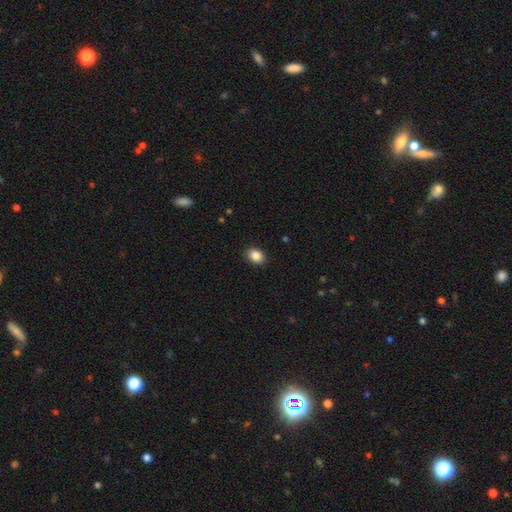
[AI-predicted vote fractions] Q: Smooth or featured?
A: smooth (87%); runner-up: star or artifact (8%)
Q: How rounded?
A: in between (74%); runner-up: round (25%)
Q: Merging?
A: none (89%); runner-up: minor disturbance (8%)